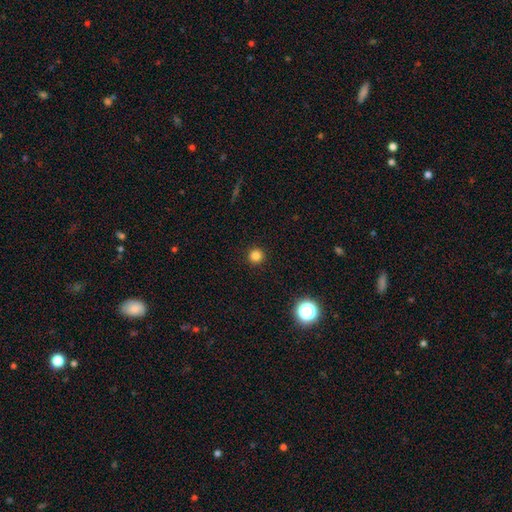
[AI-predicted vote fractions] Smooth or featured: smooth — 81% (star or artifact — 14%)
How rounded: round — 96% (in between — 3%)
Merging: none — 93% (minor disturbance — 4%)